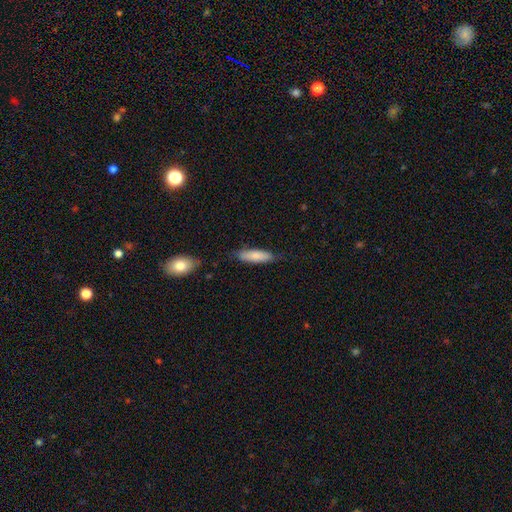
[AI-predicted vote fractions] The model was most divided on "how rounded": cigar-shaped: 60%, in between: 38%, round: 2%. More confident: smooth or featured — smooth (82%); merging — none (77%).